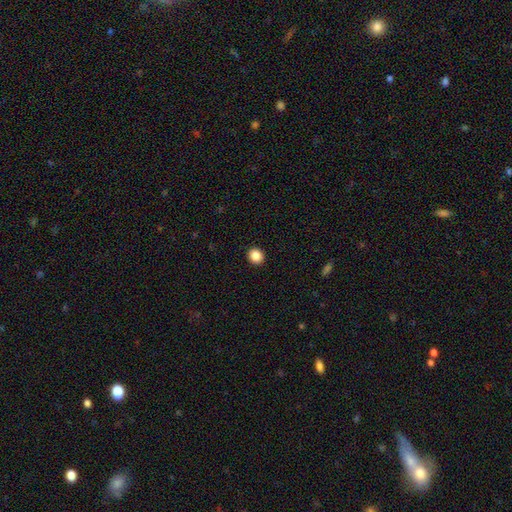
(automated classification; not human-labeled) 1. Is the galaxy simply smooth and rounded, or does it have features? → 87% smooth, 9% star or artifact, 3% featured or disk.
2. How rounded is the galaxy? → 80% round, 19% in between, 1% cigar-shaped.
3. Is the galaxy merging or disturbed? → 93% none, 5% minor disturbance, 2% major disturbance, 1% merger.